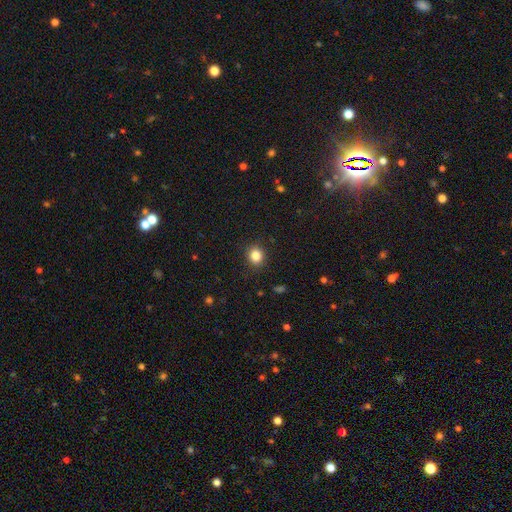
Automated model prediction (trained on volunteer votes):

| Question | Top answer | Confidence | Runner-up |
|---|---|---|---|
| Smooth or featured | smooth | 84% | star or artifact (11%) |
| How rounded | round | 79% | in between (21%) |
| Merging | none | 90% | minor disturbance (6%) |